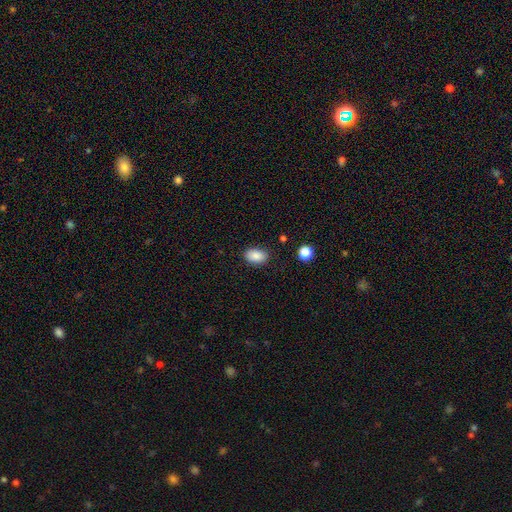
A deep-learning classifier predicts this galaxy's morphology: A smooth galaxy with no disk features (87%) that is in between round and cigar-shaped (86%). Merging: none (84%).